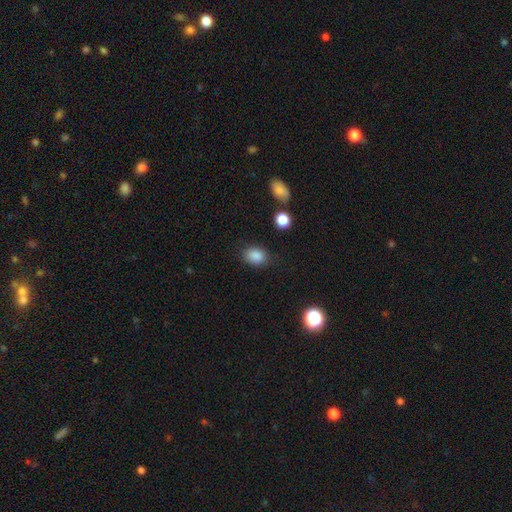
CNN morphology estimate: Smooth or featured? Predicted: smooth (p=0.87). How rounded? Predicted: in between (p=0.72). Merging? Predicted: none (p=0.80).